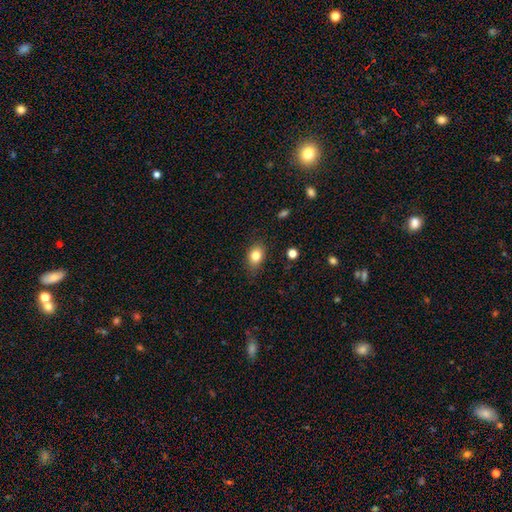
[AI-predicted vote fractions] smooth-or-featured: smooth: 82% | star or artifact: 10% | featured or disk: 9%
  how-rounded: in between: 72% | round: 26% | cigar-shaped: 2%
  merging: none: 79% | minor disturbance: 17% | major disturbance: 3% | merger: 1%